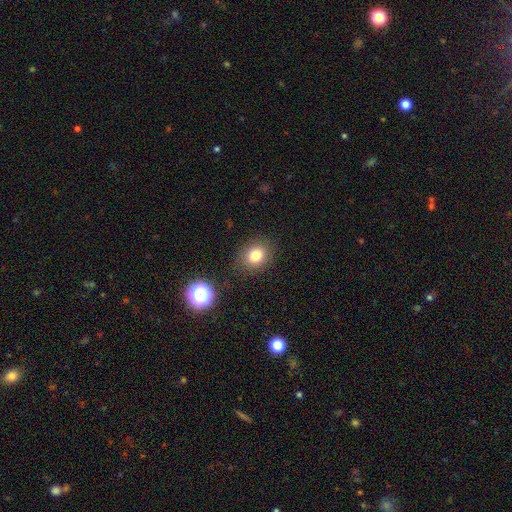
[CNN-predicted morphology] smooth_or_featured: smooth (p=0.80) [alt: star or artifact p=0.13]
how_rounded: round (p=0.65) [alt: in between p=0.34]
merging: none (p=0.84) [alt: minor disturbance p=0.10]